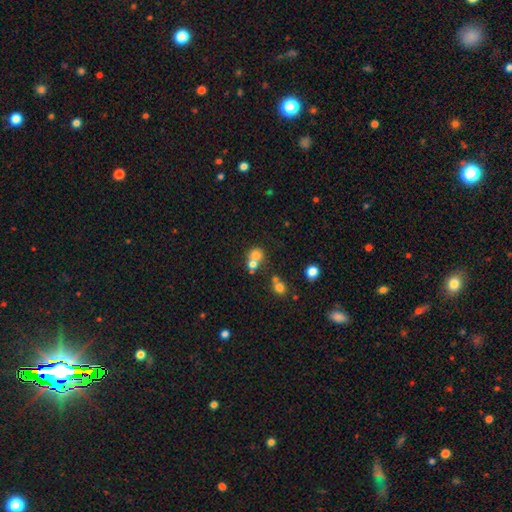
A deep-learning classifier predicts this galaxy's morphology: smooth 70%, star or artifact 15%, featured or disk 15%. Down the decision tree: how rounded — round (81%); merging — merger (51%).